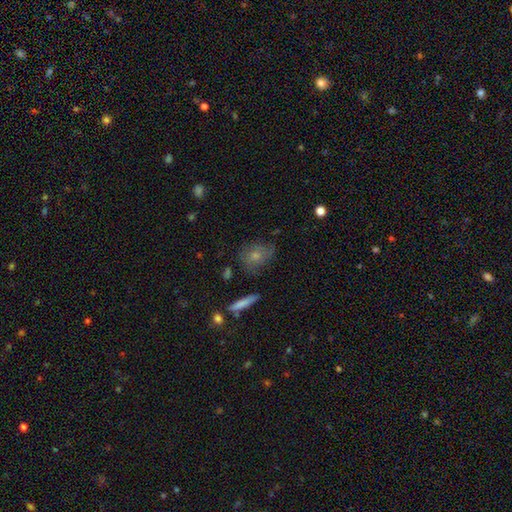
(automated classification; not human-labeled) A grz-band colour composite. It shows a smooth galaxy with no disk features (61%) that is round (48%, tied with in between). Merging: none (63%).